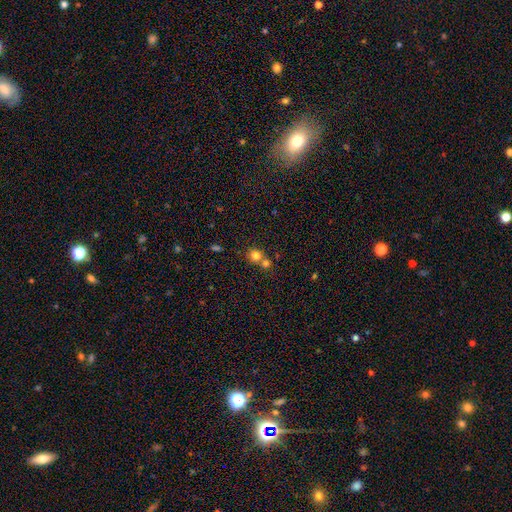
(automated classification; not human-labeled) smooth_or_featured: smooth (p=0.79) [alt: star or artifact p=0.13]
how_rounded: round (p=0.87) [alt: in between p=0.12]
merging: none (p=0.49) [alt: merger p=0.43]